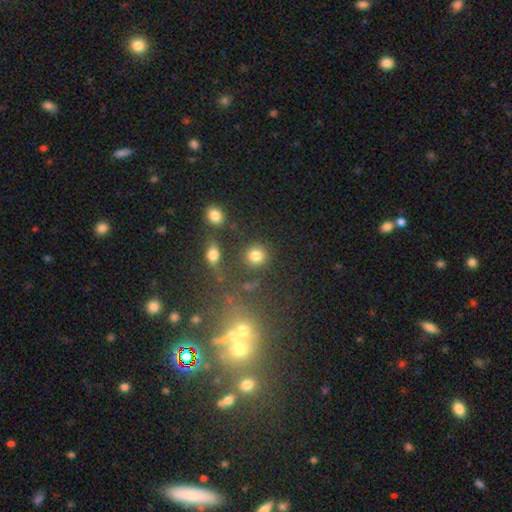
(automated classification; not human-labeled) Smooth or featured? smooth (80%)
How rounded? round (85%)
Merging? none (79%)